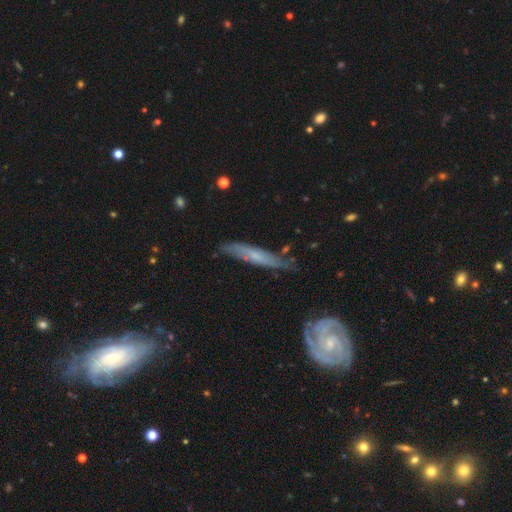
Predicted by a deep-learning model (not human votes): A featured or disk galaxy (57%) viewed edge-on (62%).

Vote fractions:
- Smooth or featured? featured or disk: 57% / smooth: 36% / star or artifact: 7%
- Edge-on disk? yes: 62% / no: 38%
- Merging? none: 73% / minor disturbance: 20% / major disturbance: 4% / merger: 3%